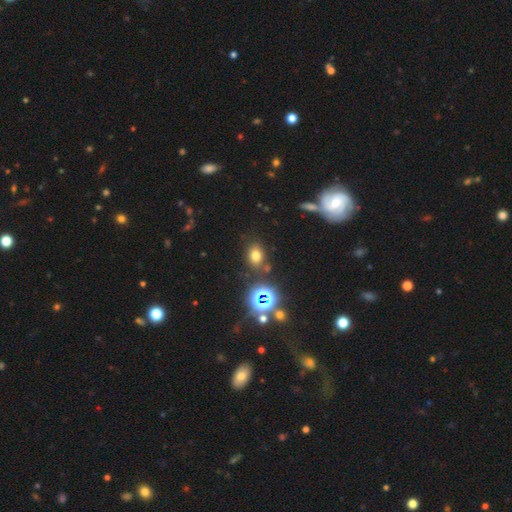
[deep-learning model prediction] Smooth or featured?
  - smooth: 67% *
  - star or artifact: 24%
  - featured or disk: 9%
How rounded?
  - in between: 59% *
  - round: 40%
  - cigar-shaped: 1%
Merging?
  - none: 78% *
  - minor disturbance: 11%
  - merger: 7%
  - major disturbance: 4%